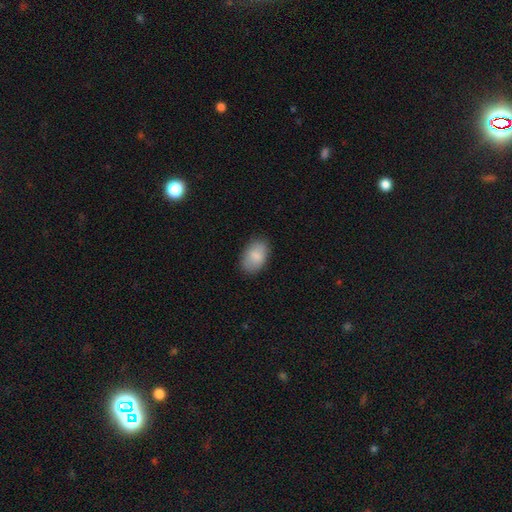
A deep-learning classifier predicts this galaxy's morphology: This appears to be a smooth galaxy with no disk features (84%) that is in between round and cigar-shaped (90%). Merging: none (83%).